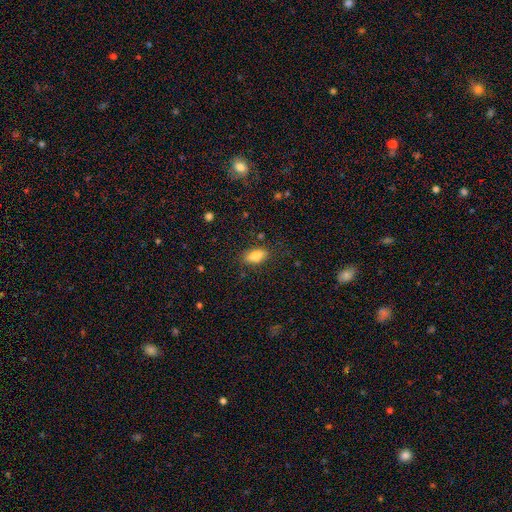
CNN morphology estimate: This is clearly a smooth galaxy (82%). How rounded: clearly in between (85%). Merging: clearly none (81%).